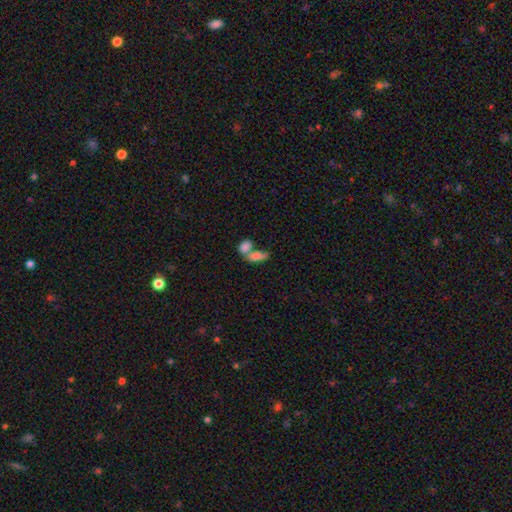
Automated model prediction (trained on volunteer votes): Smooth or featured? Predicted: smooth (p=0.79). How rounded? Predicted: in between (p=0.86). Merging? Predicted: merger (p=0.68).